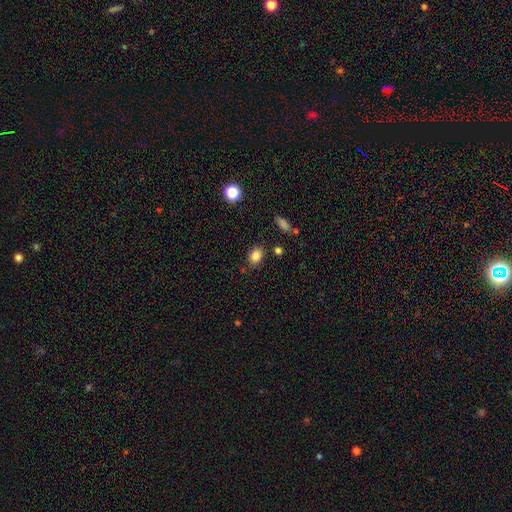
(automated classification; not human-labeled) A smooth galaxy with no disk features (84%) that is in between round and cigar-shaped (59%). Merging: none (82%).